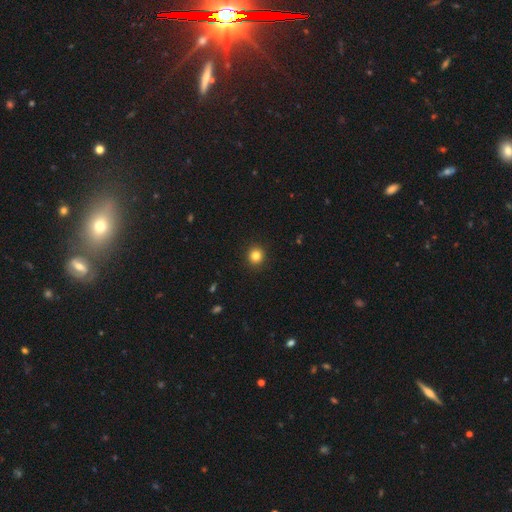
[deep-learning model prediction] Smooth or featured?
  - smooth: 83% *
  - star or artifact: 12%
  - featured or disk: 5%
How rounded?
  - round: 92% *
  - in between: 7%
  - cigar-shaped: 1%
Merging?
  - none: 93% *
  - minor disturbance: 5%
  - major disturbance: 2%
  - merger: 1%